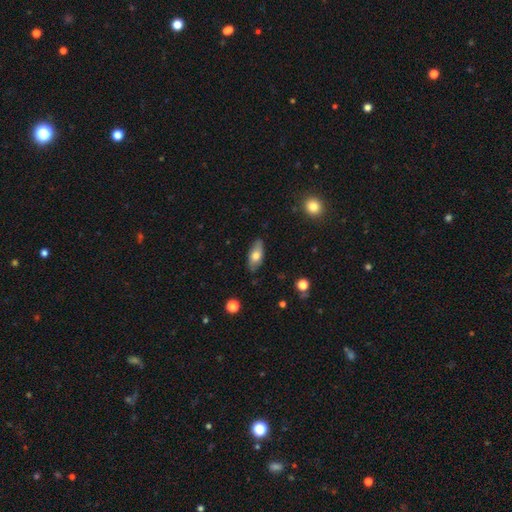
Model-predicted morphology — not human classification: A smooth galaxy with no disk features (69%) that is in between round and cigar-shaped (85%). Merging: none (82%).